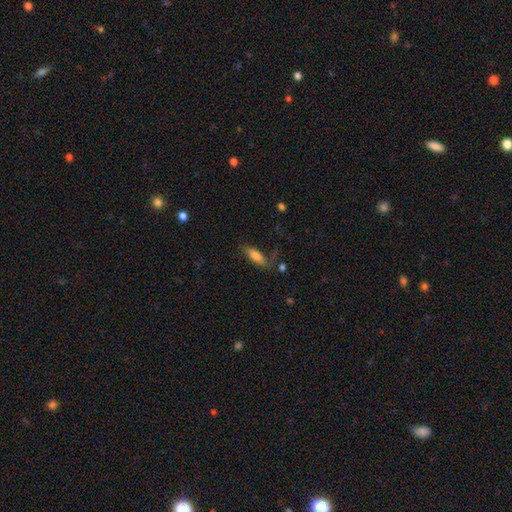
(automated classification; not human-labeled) A smooth galaxy with no disk features (75%) that is in between round and cigar-shaped (71%).

Vote fractions:
- Smooth or featured? smooth: 75% / featured or disk: 16% / star or artifact: 9%
- How rounded? in between: 71% / cigar-shaped: 26% / round: 3%
- Merging? none: 55% / minor disturbance: 22% / major disturbance: 16% / merger: 6%